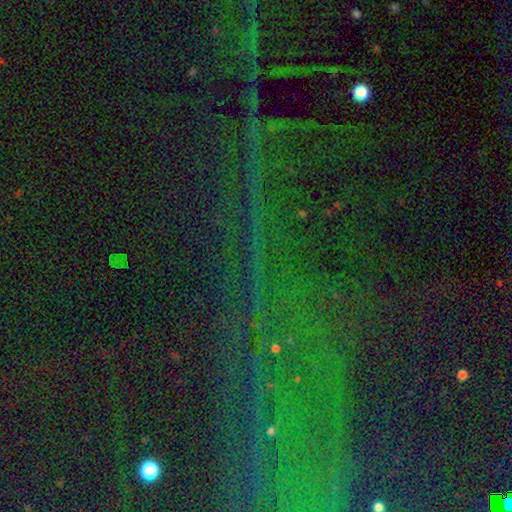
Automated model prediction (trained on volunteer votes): This is clearly a star or artifact rather than a galaxy (85%).